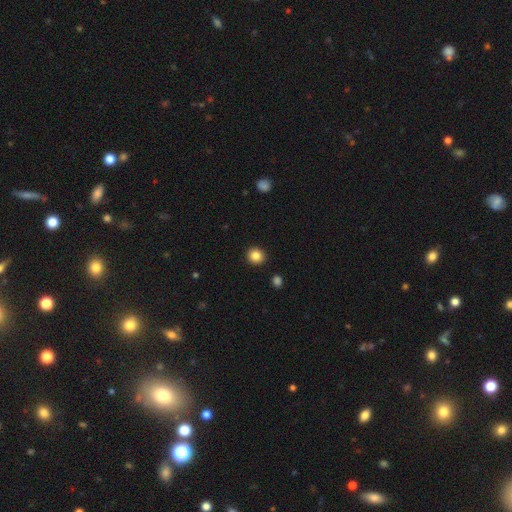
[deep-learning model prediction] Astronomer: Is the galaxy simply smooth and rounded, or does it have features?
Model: smooth — 85%.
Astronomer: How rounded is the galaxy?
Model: round — 90%.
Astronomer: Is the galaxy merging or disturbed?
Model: none — 92%.